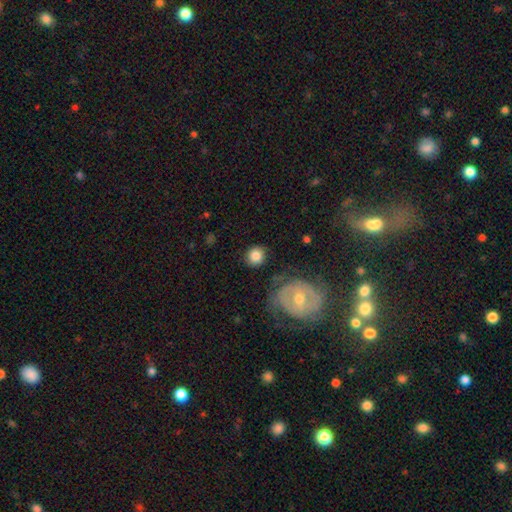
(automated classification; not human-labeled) This appears to be a smooth galaxy with no disk features (81%) that is round (87%). Merging: none (80%).